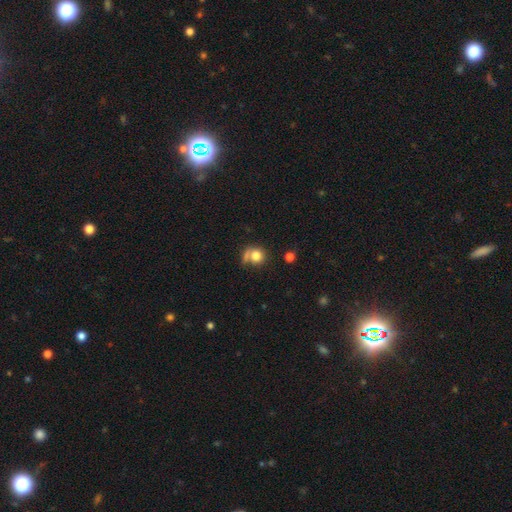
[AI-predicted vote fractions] Smooth or featured?
  - smooth: 77% *
  - featured or disk: 13%
  - star or artifact: 10%
How rounded?
  - round: 81% *
  - in between: 18%
  - cigar-shaped: 1%
Merging?
  - none: 47% *
  - merger: 25%
  - minor disturbance: 15%
  - major disturbance: 13%